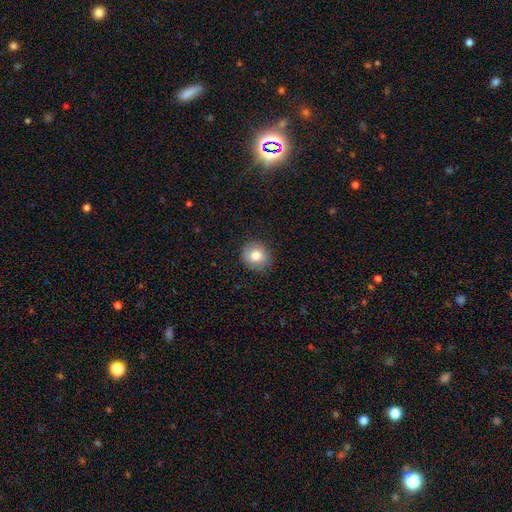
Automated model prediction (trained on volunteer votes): smooth-or-featured: smooth: 78% | featured or disk: 12% | star or artifact: 9%
  how-rounded: round: 83% | in between: 16% | cigar-shaped: 1%
  merging: none: 87% | minor disturbance: 9% | major disturbance: 2% | merger: 1%